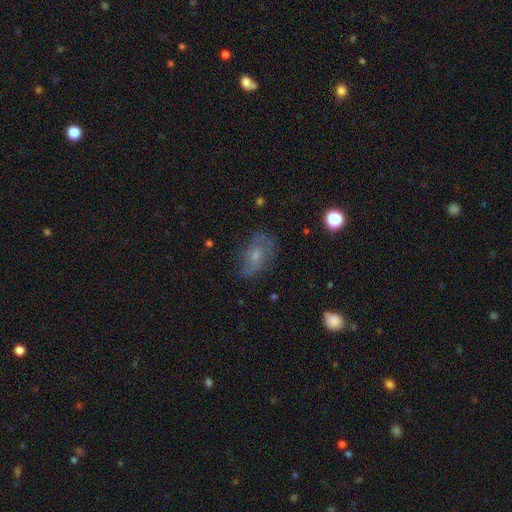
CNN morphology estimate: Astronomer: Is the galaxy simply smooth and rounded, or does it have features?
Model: featured or disk — 54% (runner-up: smooth, 34%).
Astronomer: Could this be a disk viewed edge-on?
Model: no — 95%.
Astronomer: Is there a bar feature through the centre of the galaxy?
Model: no — 74%.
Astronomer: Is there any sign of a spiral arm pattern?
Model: yes — 74%.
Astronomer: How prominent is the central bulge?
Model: small — 54% (runner-up: moderate, 37%).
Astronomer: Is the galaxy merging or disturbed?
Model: none — 63%.